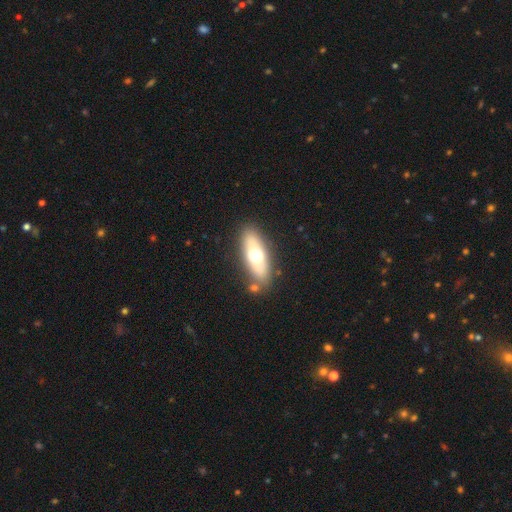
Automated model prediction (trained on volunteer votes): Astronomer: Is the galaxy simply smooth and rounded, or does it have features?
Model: smooth — 55% (runner-up: featured or disk, 38%).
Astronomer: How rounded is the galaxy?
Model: in between — 66%.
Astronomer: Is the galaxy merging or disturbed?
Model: none — 80%.